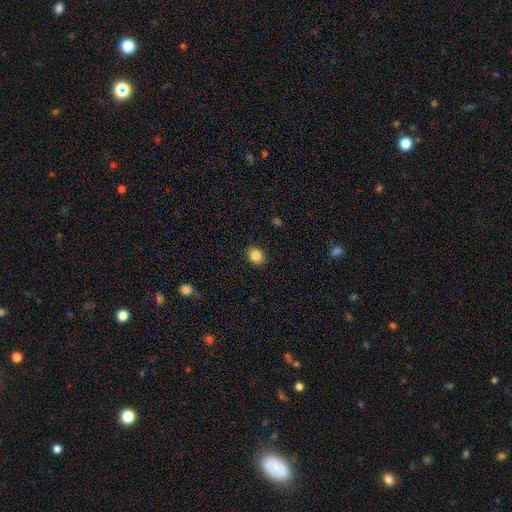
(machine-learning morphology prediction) Smooth or featured: smooth — 86% (star or artifact — 10%)
How rounded: round — 72% (in between — 28%)
Merging: none — 90% (minor disturbance — 7%)